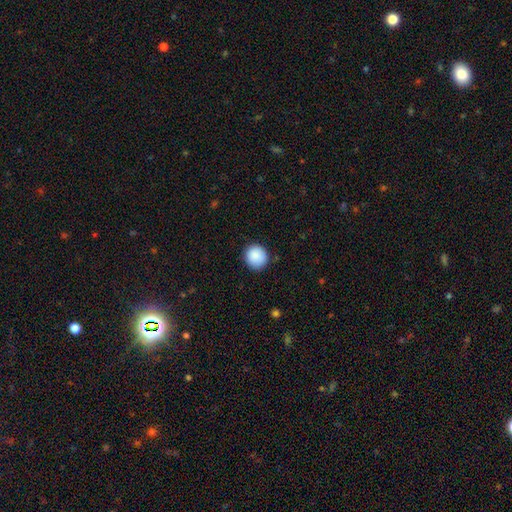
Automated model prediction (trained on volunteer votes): A smooth galaxy with no disk features (89%) that is round (91%).

Vote fractions:
- Smooth or featured? smooth: 89% / star or artifact: 8% / featured or disk: 3%
- How rounded? round: 91% / in between: 8% / cigar-shaped: 1%
- Merging? none: 87% / minor disturbance: 9% / major disturbance: 2% / merger: 1%